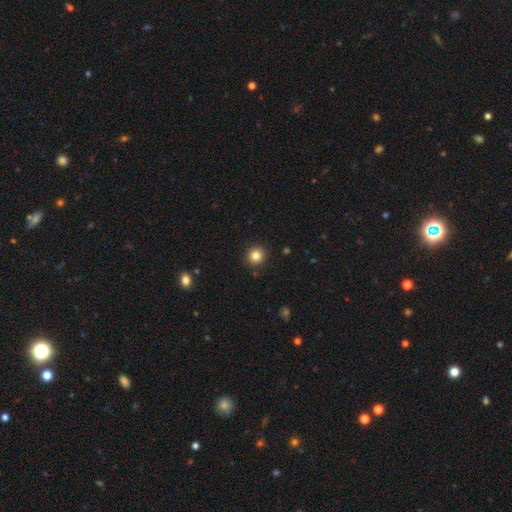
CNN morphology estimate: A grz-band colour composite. It shows a smooth galaxy with no disk features (83%) that is round (93%). Merging: none (91%).